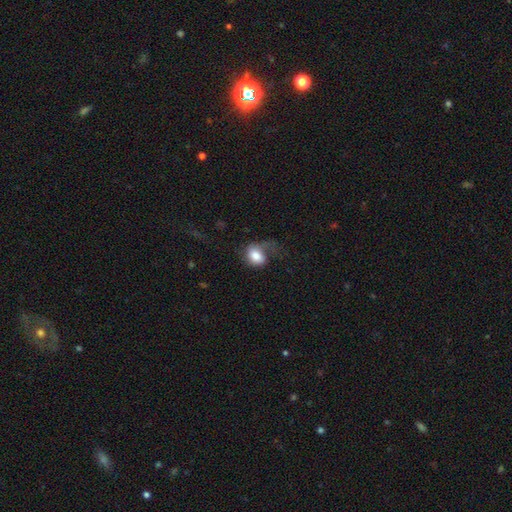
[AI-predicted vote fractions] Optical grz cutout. It shows a smooth galaxy with no disk features (70%) that is in between round and cigar-shaped (65%). Merging: major disturbance (43%).